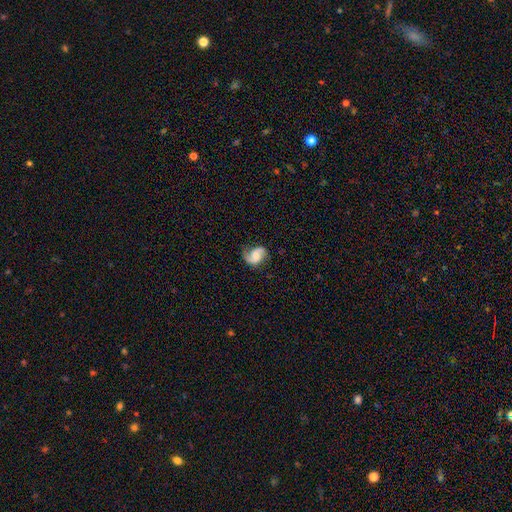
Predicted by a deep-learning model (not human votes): This is likely a featured or disk galaxy (78%). It is clearly not viewed edge-on (98%). Bar: possibly no (53%). Spiral arm pattern: clearly yes (96%). Spiral arm count: clearly 2 (89%). Spiral winding: marginally medium (43%, tied with loose). Central bulge: possibly moderate (47%). Merging: likely none (74%).